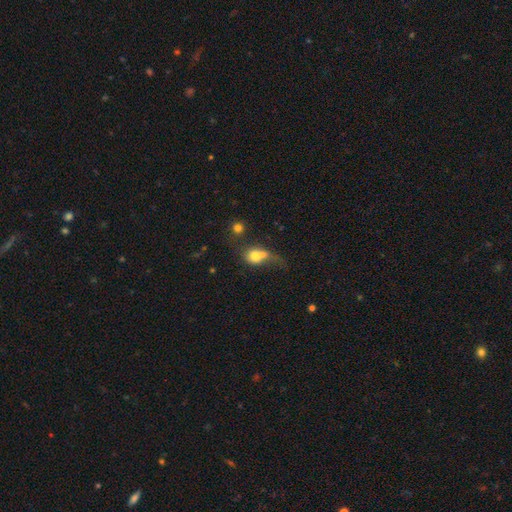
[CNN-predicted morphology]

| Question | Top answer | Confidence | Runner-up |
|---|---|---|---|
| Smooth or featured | smooth | 70% | featured or disk (19%) |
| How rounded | round | 56% | in between (41%) |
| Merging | merger | 45% | major disturbance (24%) |